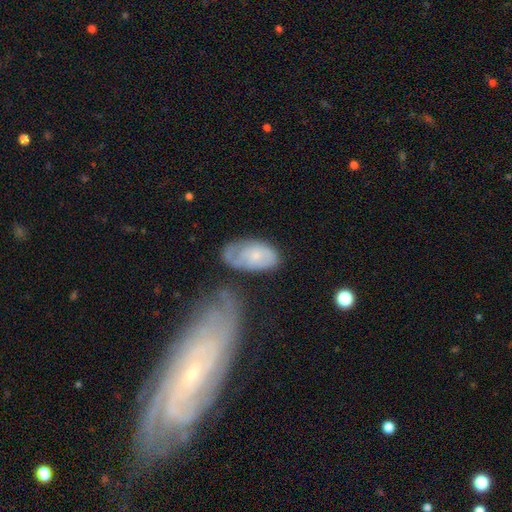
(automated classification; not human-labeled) Q: Smooth or featured?
A: smooth (47%); runner-up: featured or disk (46%)
Q: Merging?
A: none (44%); runner-up: minor disturbance (29%)